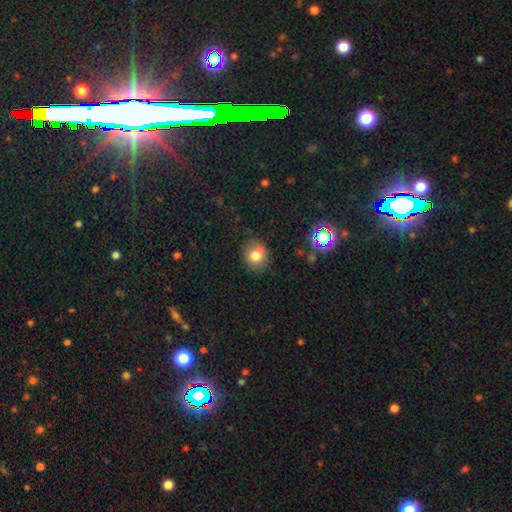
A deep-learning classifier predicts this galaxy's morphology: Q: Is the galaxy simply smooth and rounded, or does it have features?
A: smooth — 76%.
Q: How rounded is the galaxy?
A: round — 70%.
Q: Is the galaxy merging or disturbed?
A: none — 72%.